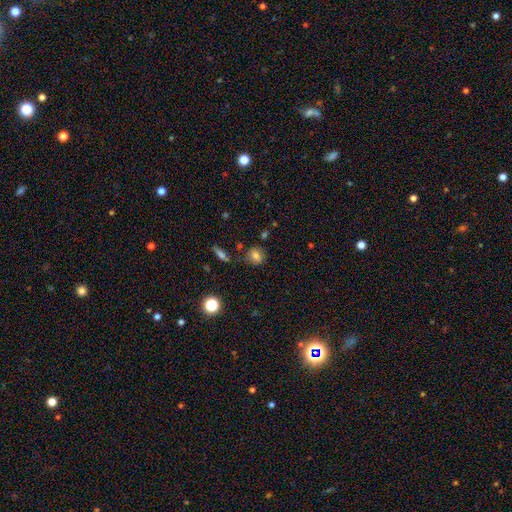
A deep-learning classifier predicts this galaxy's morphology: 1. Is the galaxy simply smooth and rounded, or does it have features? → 74% smooth, 14% star or artifact, 12% featured or disk.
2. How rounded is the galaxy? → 67% round, 31% in between, 2% cigar-shaped.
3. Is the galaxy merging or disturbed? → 74% none, 16% minor disturbance, 6% merger, 5% major disturbance.